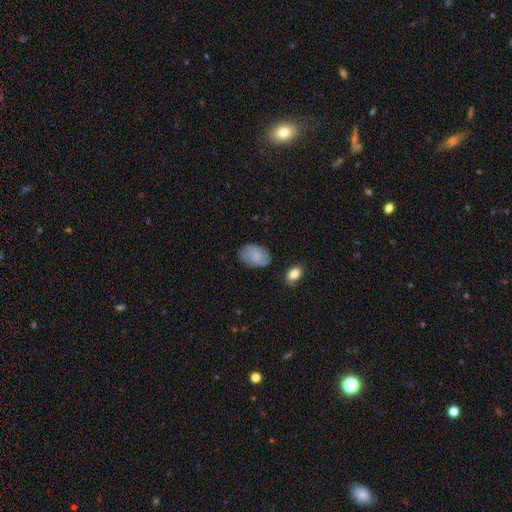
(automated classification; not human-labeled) smooth_or_featured: smooth (p=0.71) [alt: featured or disk p=0.21]
how_rounded: in between (p=0.86) [alt: round p=0.13]
merging: none (p=0.73) [alt: minor disturbance p=0.20]